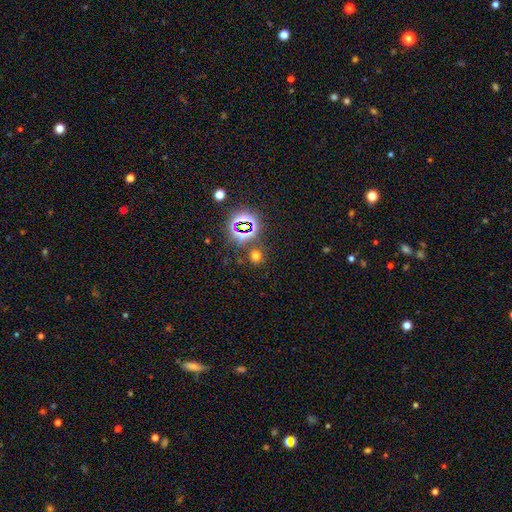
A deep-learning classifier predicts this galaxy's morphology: Overall: smooth (56%; star or artifact 38%). How rounded: round (86%). Merging: none (80%).